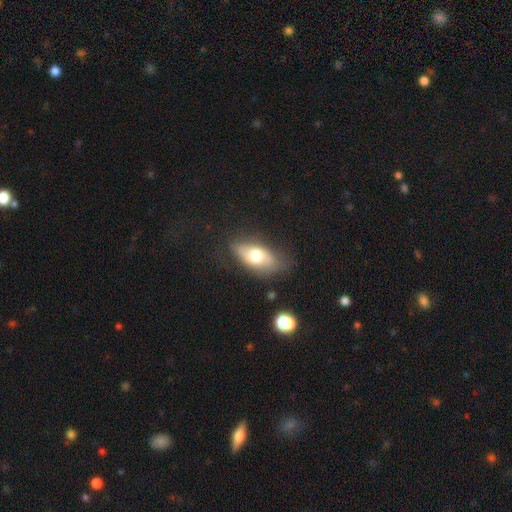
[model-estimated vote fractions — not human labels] This is likely a smooth galaxy (64%). How rounded: clearly in between (83%). Merging: likely none (72%).